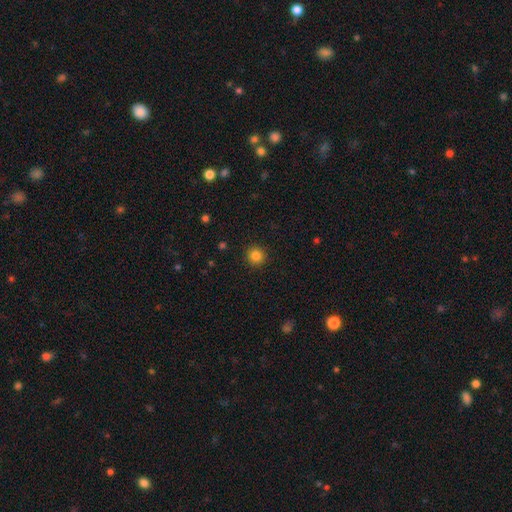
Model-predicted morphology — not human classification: A smooth galaxy with no disk features (84%) that is round (93%).

Vote fractions:
- Smooth or featured? smooth: 84% / star or artifact: 12% / featured or disk: 5%
- How rounded? round: 93% / in between: 7% / cigar-shaped: 1%
- Merging? none: 92% / minor disturbance: 5% / major disturbance: 2% / merger: 1%